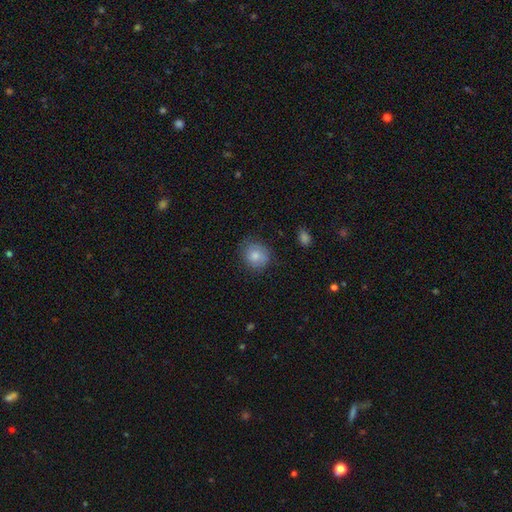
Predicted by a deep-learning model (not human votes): This appears to be a smooth galaxy with no disk features (75%) that is round (77%). Merging: none (70%).